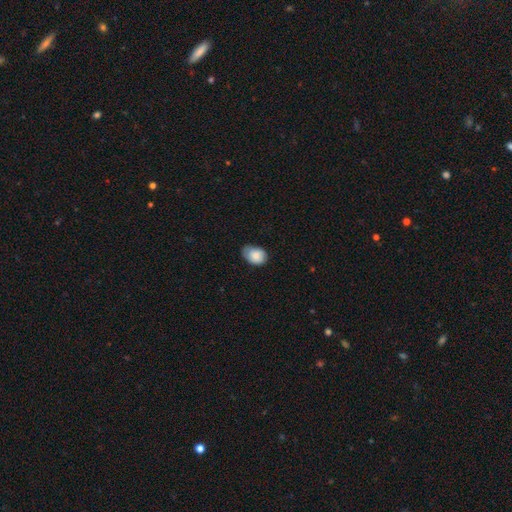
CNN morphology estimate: smooth 80%, featured or disk 13%, star or artifact 7%. Down the decision tree: how rounded — in between (72%); merging — none (52%).